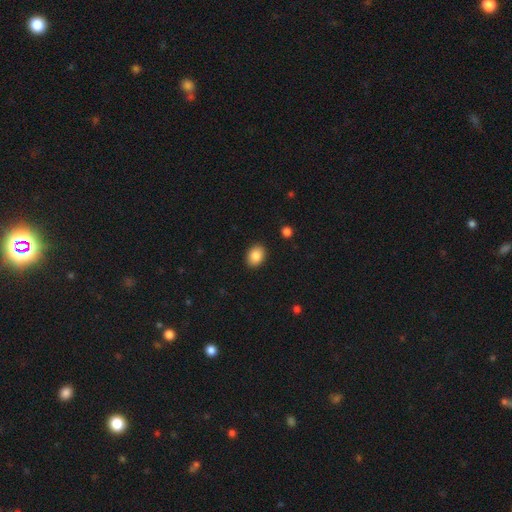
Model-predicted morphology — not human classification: type=smooth (87%); roundness=in between (71%); merging=none (90%).